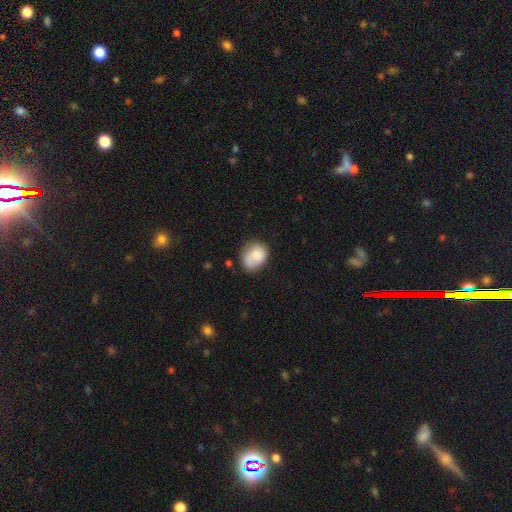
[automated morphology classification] Smooth or featured? smooth (72%)
How rounded? in between (56%)
Merging? none (50%)